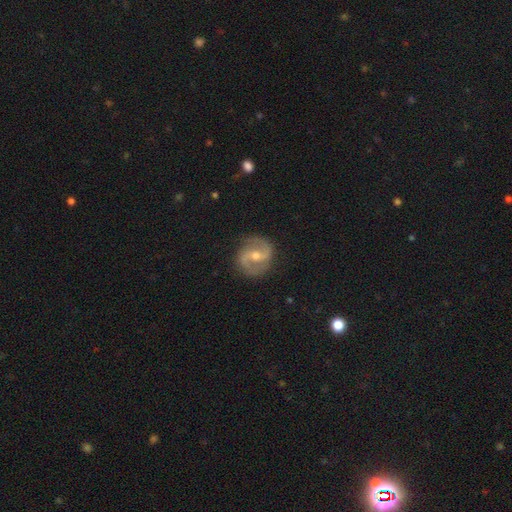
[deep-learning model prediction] Smooth or featured: featured or disk — 87% (smooth — 8%)
Edge-on disk: no — 97% (yes — 3%)
Bar: weak — 43% (strong — 35%)
Spiral arms: yes — 95% (no — 5%)
Spiral winding: medium — 54% (loose — 23%)
Spiral arm count: 2 — 93% (can't tell — 3%)
Bulge size: moderate — 59% (small — 37%)
Merging: none — 86% (minor disturbance — 10%)